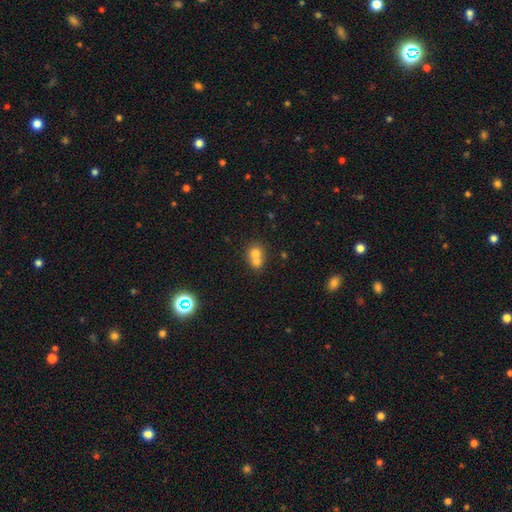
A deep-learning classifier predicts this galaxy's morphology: smooth 71%, featured or disk 17%, star or artifact 12%. Down the decision tree: how rounded — round (73%); merging — merger (65%).